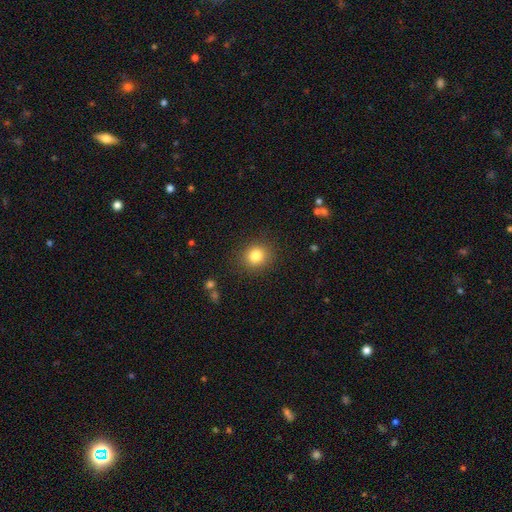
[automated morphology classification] smooth 81%, star or artifact 12%, featured or disk 7%. Down the decision tree: how rounded — round (83%); merging — none (88%).